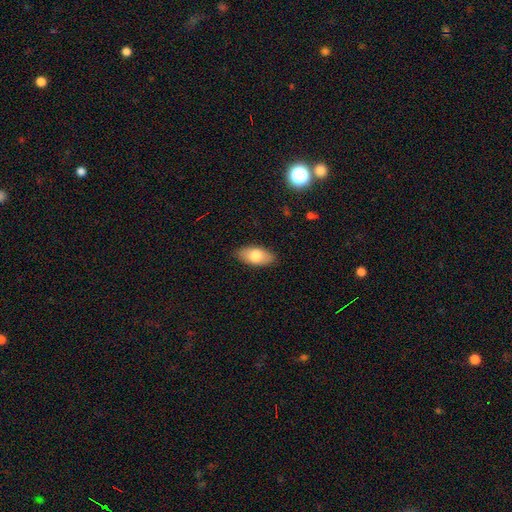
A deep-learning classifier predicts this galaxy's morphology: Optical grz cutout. It shows a smooth galaxy with no disk features (77%) that is in between round and cigar-shaped (92%). Merging: none (87%).